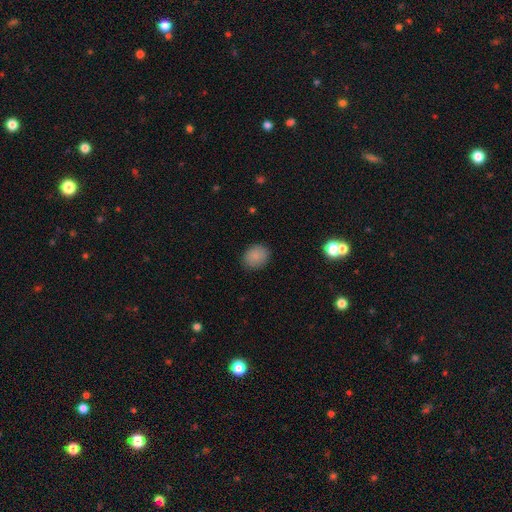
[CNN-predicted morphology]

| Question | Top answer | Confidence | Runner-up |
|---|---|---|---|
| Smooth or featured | smooth | 86% | star or artifact (9%) |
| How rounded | round | 57% | in between (42%) |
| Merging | none | 86% | minor disturbance (10%) |